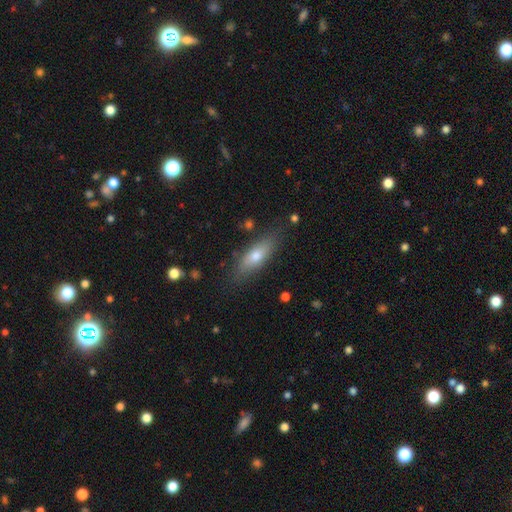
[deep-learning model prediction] Morphology: type=smooth (66%); roundness=in between (57%); merging=none (81%).